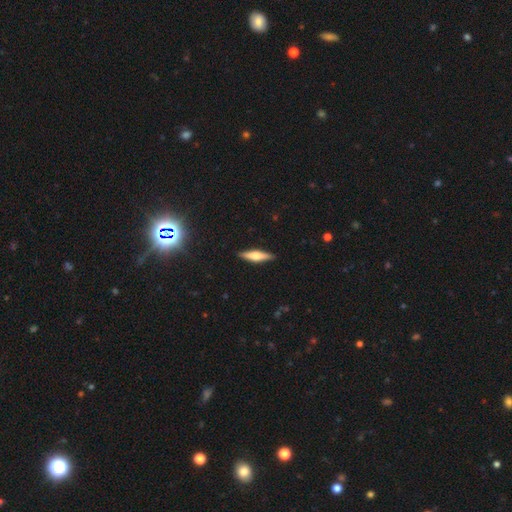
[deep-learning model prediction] featured or disk 55%, smooth 39%, star or artifact 6%. Down the decision tree: edge-on disk — yes (96%); edge-on bulge — rounded (87%); merging — none (90%).